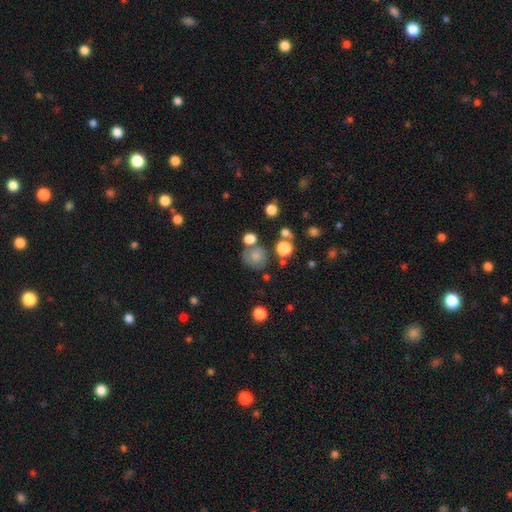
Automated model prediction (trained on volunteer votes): smooth-or-featured: smooth: 70% | featured or disk: 18% | star or artifact: 12%
  how-rounded: round: 82% | in between: 17% | cigar-shaped: 1%
  merging: none: 57% | minor disturbance: 18% | merger: 15% | major disturbance: 9%